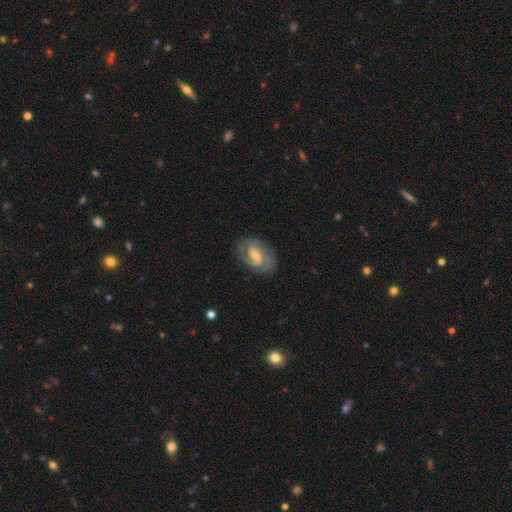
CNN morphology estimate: Smooth or featured? featured or disk (79%)
Edge-on disk? no (97%)
Bar? weak (53%)
Spiral arms? yes (93%)
Spiral winding? medium (45%)
Spiral arm count? 2 (71%)
Bulge size? small (55%)
Merging? none (77%)